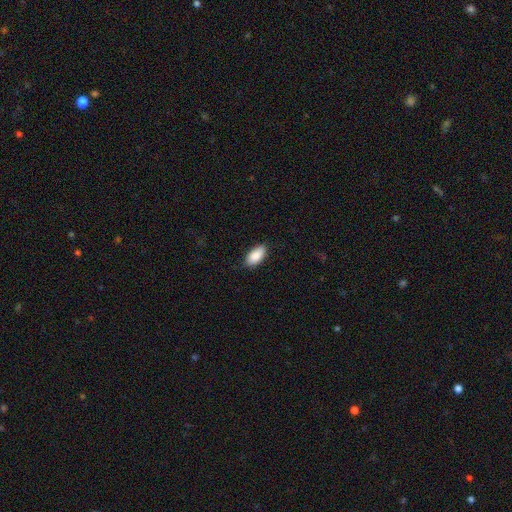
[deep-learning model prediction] A smooth galaxy with no disk features (89%) that is in between round and cigar-shaped (93%).

Vote fractions:
- Smooth or featured? smooth: 89% / star or artifact: 6% / featured or disk: 4%
- How rounded? in between: 93% / cigar-shaped: 4% / round: 2%
- Merging? none: 85% / minor disturbance: 11% / major disturbance: 2% / merger: 1%